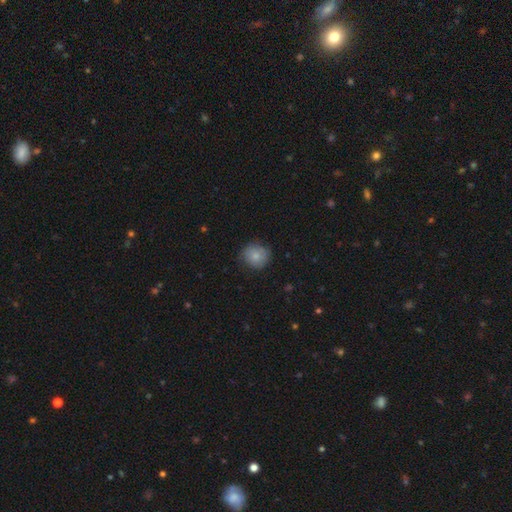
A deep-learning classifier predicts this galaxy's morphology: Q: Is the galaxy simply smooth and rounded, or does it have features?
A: smooth — 79%.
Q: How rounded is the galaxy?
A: round — 86%.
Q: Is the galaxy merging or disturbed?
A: none — 77%.